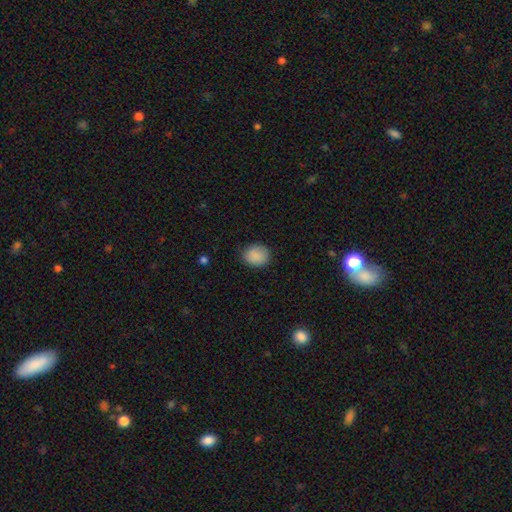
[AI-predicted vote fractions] Smooth or featured?
  - smooth: 89% *
  - star or artifact: 8%
  - featured or disk: 3%
How rounded?
  - round: 68% *
  - in between: 31%
  - cigar-shaped: 1%
Merging?
  - none: 84% *
  - minor disturbance: 12%
  - major disturbance: 3%
  - merger: 1%